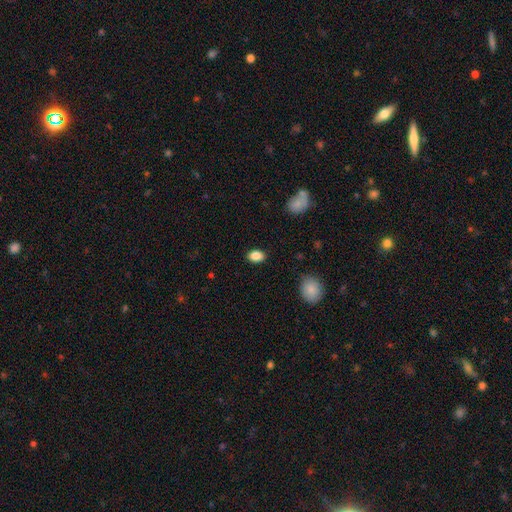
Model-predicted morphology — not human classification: The model was most divided on "how rounded": in between: 80%, round: 19%, cigar-shaped: 1%. More confident: merging — none (87%); smooth or featured — smooth (86%).